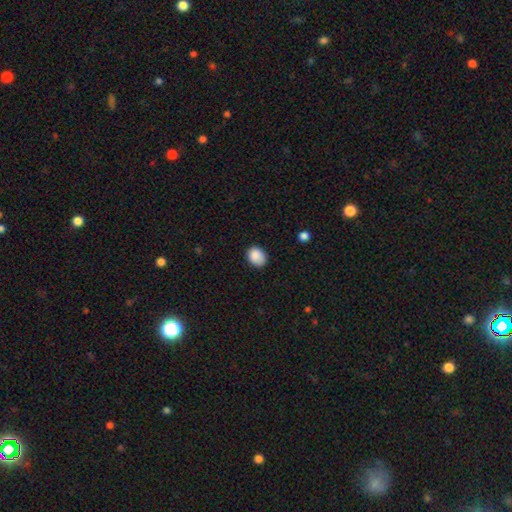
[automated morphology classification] Overall: smooth (87%). How rounded: round (50%; in between 49%). Merging: none (78%).